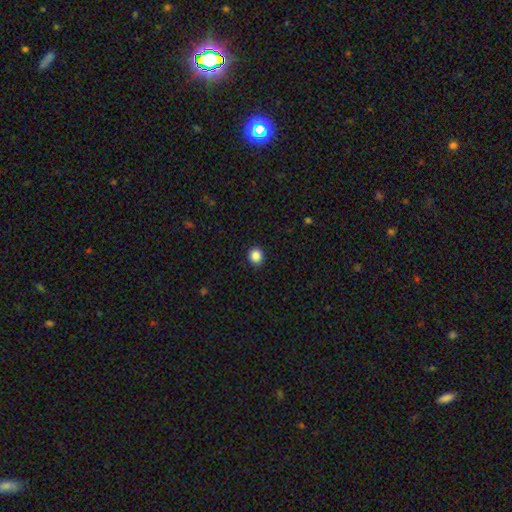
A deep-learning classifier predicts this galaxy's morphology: smooth 87%, star or artifact 10%, featured or disk 3%. Down the decision tree: how rounded — round (81%); merging — none (91%).